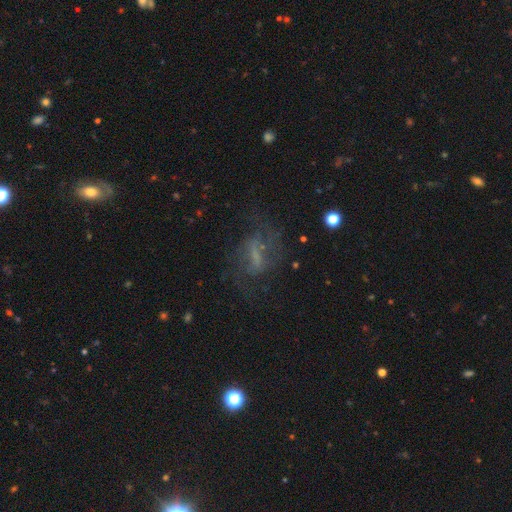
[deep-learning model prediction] A featured or disk galaxy (52%).

Vote fractions:
- Smooth or featured? featured or disk: 52% / smooth: 30% / star or artifact: 19%
- Edge-on disk? no: 90% / yes: 10%
- Merging? none: 52% / major disturbance: 26% / minor disturbance: 19% / merger: 3%